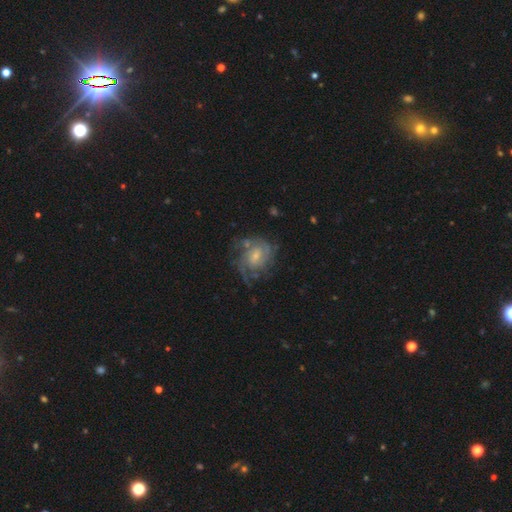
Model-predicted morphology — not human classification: type=featured or disk (78%); edge-on=no (98%); bar=no (50%); spiral arms=yes (90%); winding=tight (49%); arm count=can't tell (37%); bulge=small (58%); merging=none (53%).